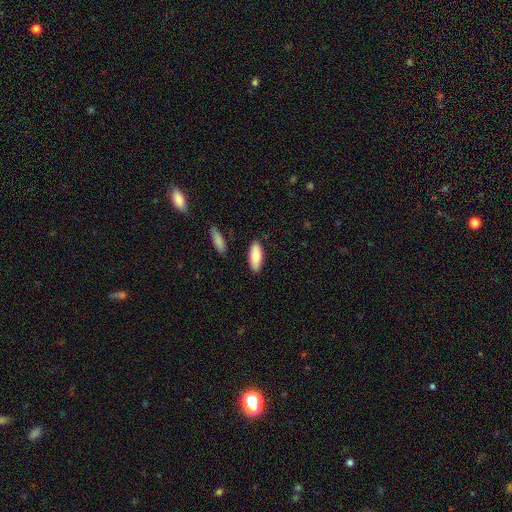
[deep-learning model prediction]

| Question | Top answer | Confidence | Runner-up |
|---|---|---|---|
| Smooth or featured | smooth | 86% | featured or disk (8%) |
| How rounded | in between | 78% | cigar-shaped (21%) |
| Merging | none | 86% | minor disturbance (9%) |